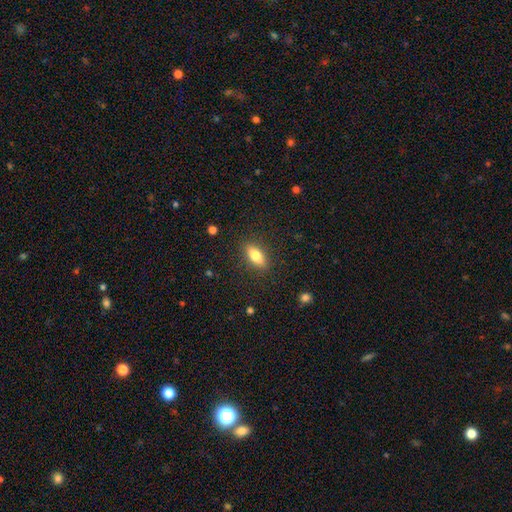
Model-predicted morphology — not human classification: smooth_or_featured: smooth (p=0.76) [alt: featured or disk p=0.16]
how_rounded: in between (p=0.77) [alt: cigar-shaped p=0.19]
merging: none (p=0.87) [alt: minor disturbance p=0.09]